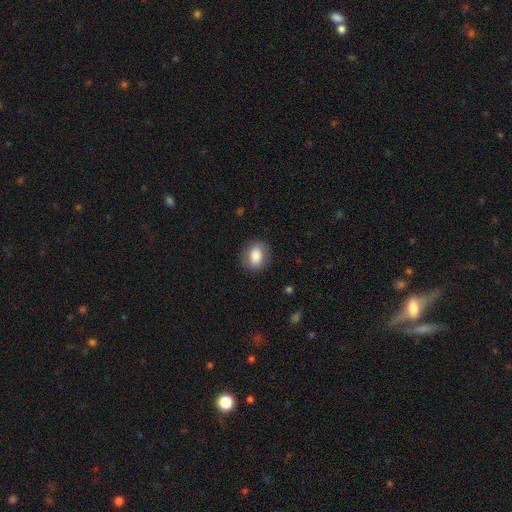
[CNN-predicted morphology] Smooth or featured? smooth (81%)
How rounded? in between (58%)
Merging? none (83%)